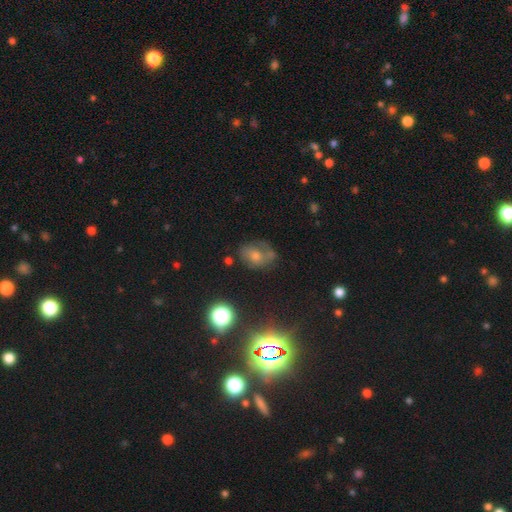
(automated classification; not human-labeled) A smooth galaxy with no disk features (40%). Merging: none (54%).